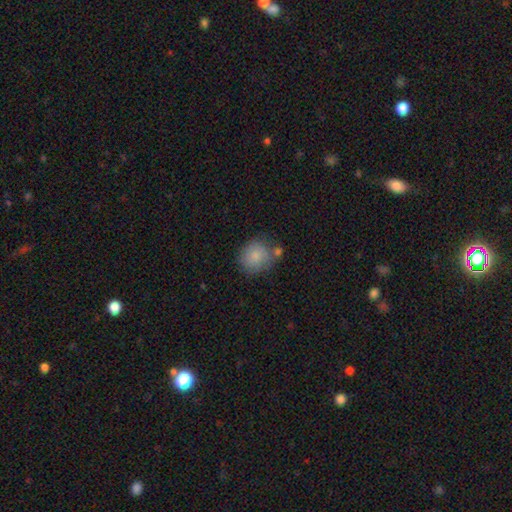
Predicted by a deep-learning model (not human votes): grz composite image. It shows a smooth galaxy with no disk features (83%) that is round (73%). Merging: none (60%).